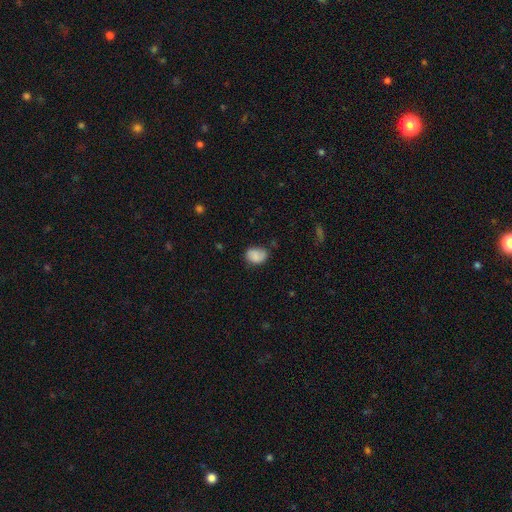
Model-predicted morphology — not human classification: smooth-or-featured: smooth: 82% | featured or disk: 10% | star or artifact: 8%
  how-rounded: in between: 64% | round: 35% | cigar-shaped: 1%
  merging: none: 60% | minor disturbance: 30% | major disturbance: 7% | merger: 3%